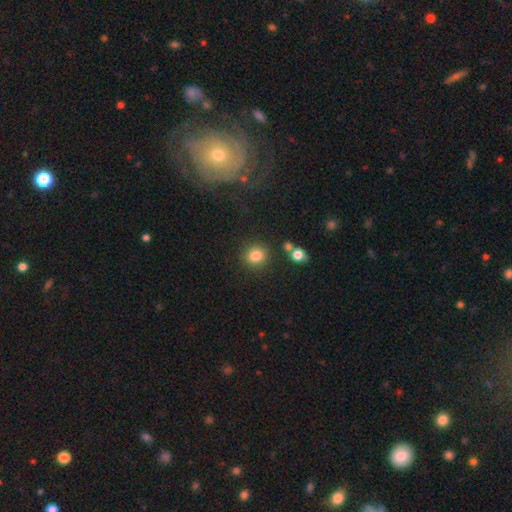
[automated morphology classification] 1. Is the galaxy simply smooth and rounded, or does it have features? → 83% smooth, 11% star or artifact, 6% featured or disk.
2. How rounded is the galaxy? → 82% round, 17% in between, 1% cigar-shaped.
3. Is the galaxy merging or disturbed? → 83% none, 9% minor disturbance, 5% merger, 3% major disturbance.